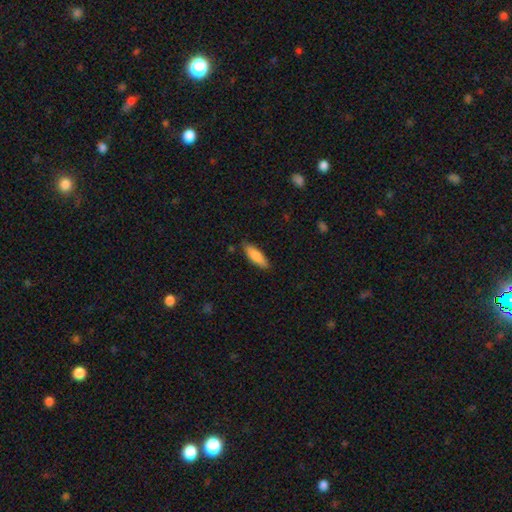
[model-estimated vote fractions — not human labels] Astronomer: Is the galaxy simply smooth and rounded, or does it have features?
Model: smooth — 80%.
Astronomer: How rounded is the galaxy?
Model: in between — 51% (runner-up: cigar-shaped, 47%).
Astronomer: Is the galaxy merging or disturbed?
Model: none — 83%.